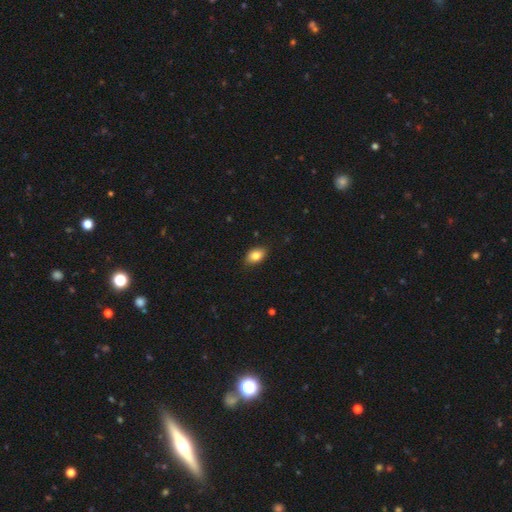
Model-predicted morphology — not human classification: smooth-or-featured: smooth: 84% | star or artifact: 8% | featured or disk: 8%
  how-rounded: in between: 85% | round: 14% | cigar-shaped: 2%
  merging: none: 84% | minor disturbance: 13% | major disturbance: 2% | merger: 1%